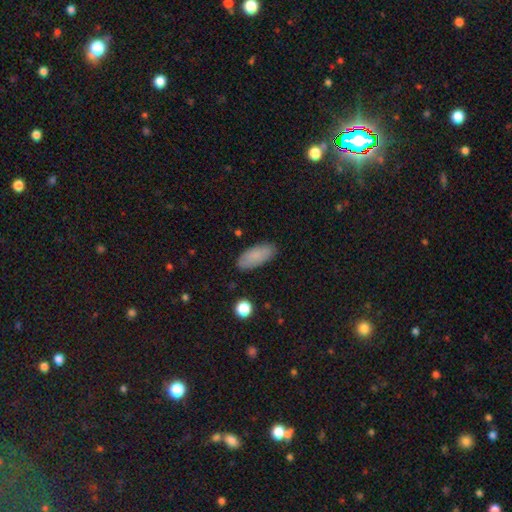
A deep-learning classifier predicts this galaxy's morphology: Overall: smooth (85%). How rounded: in between (82%). Merging: none (86%).